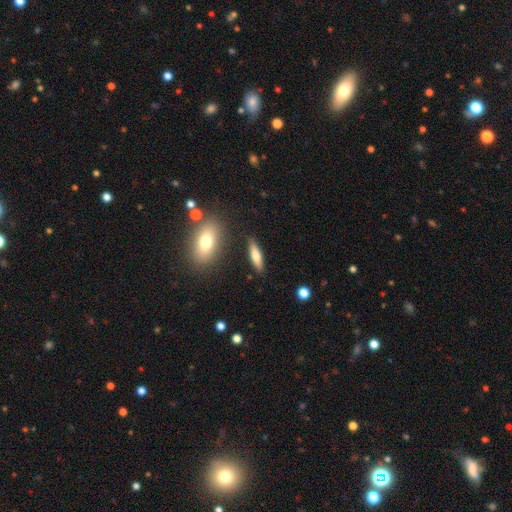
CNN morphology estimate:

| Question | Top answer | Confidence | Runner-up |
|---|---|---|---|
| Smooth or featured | smooth | 66% | featured or disk (27%) |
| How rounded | cigar-shaped | 63% | in between (34%) |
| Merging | none | 85% | minor disturbance (10%) |